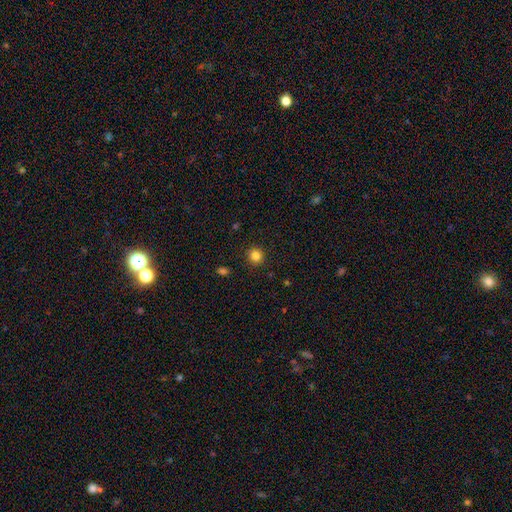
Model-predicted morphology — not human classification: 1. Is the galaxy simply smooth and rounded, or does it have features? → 84% smooth, 12% star or artifact, 5% featured or disk.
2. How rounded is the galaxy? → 90% round, 9% in between, 1% cigar-shaped.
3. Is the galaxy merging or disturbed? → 91% none, 6% minor disturbance, 2% major disturbance, 1% merger.